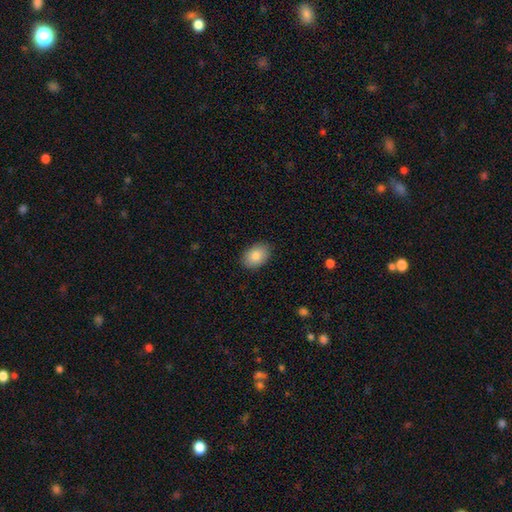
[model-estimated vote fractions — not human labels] Overall: smooth (86%). How rounded: in between (83%). Merging: none (88%).